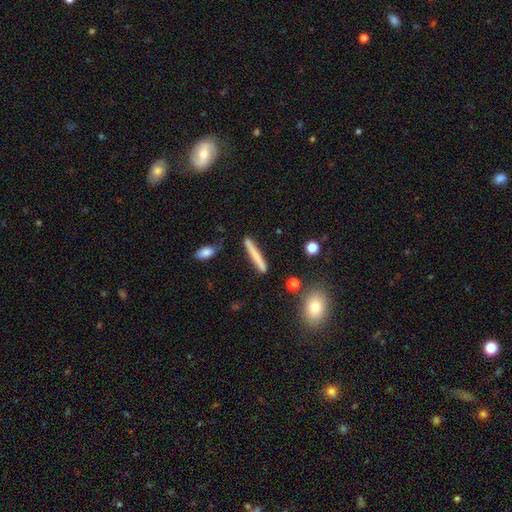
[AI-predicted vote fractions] Smooth or featured? Predicted: smooth (p=0.66). How rounded? Predicted: cigar-shaped (p=0.95). Merging? Predicted: none (p=0.85).